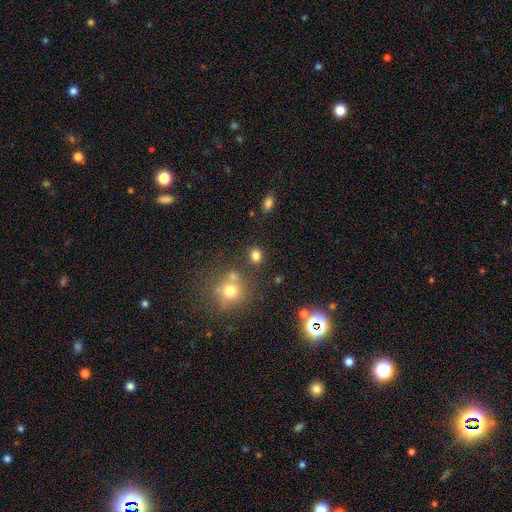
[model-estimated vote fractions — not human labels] Morphology: type=smooth (80%); roundness=round (52%); merging=none (79%).